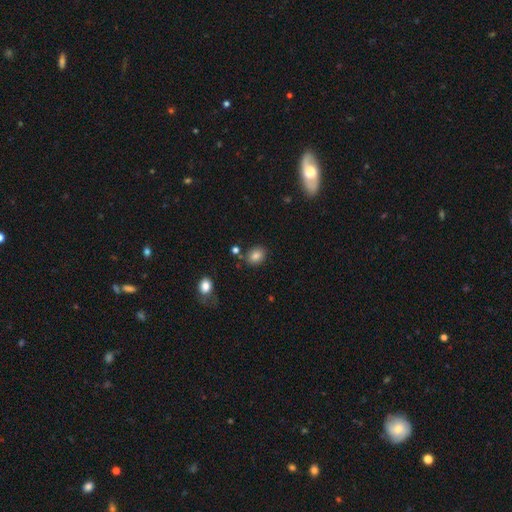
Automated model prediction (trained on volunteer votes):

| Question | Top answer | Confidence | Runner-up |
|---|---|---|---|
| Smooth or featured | smooth | 83% | star or artifact (10%) |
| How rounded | round | 50% | in between (49%) |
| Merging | none | 81% | minor disturbance (11%) |